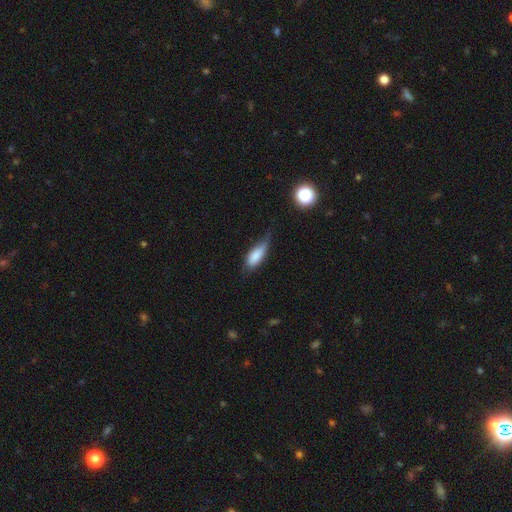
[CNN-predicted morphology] The model was most divided on "merging": minor disturbance: 44%, none: 36%, major disturbance: 17%, merger: 3%. More confident: smooth or featured — smooth (78%); how rounded — in between (74%).